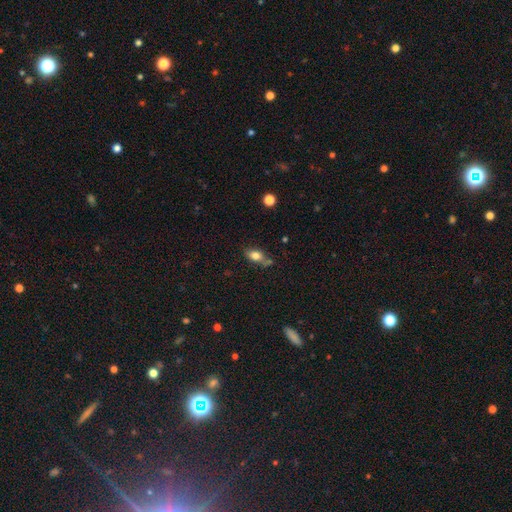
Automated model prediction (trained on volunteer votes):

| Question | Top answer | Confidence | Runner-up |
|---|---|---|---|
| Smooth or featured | smooth | 77% | featured or disk (14%) |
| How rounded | in between | 78% | round (16%) |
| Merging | none | 57% | minor disturbance (24%) |